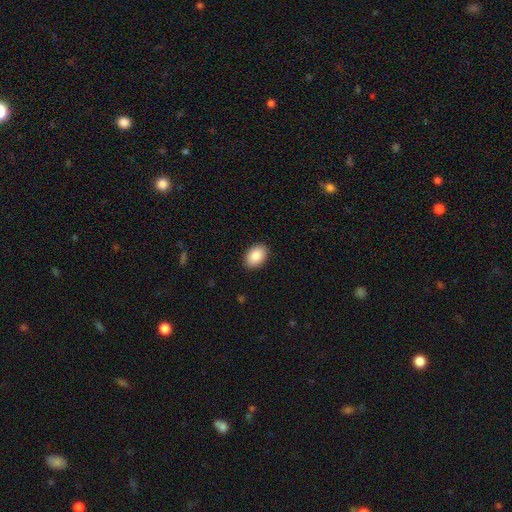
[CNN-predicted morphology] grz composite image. It shows a smooth galaxy with no disk features (89%) that is in between round and cigar-shaped (86%). Merging: none (90%).